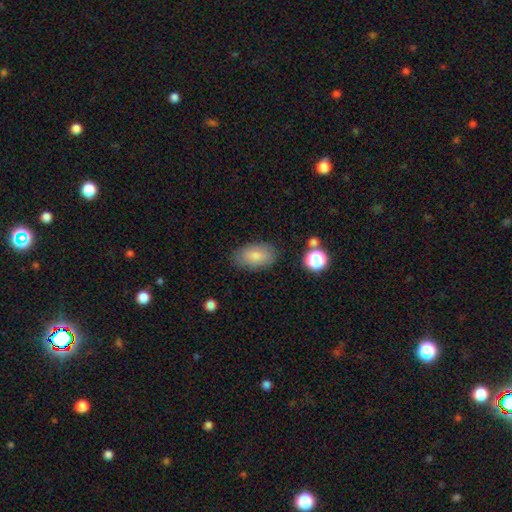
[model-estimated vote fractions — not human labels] Overall: smooth (82%). How rounded: in between (91%). Merging: none (81%).